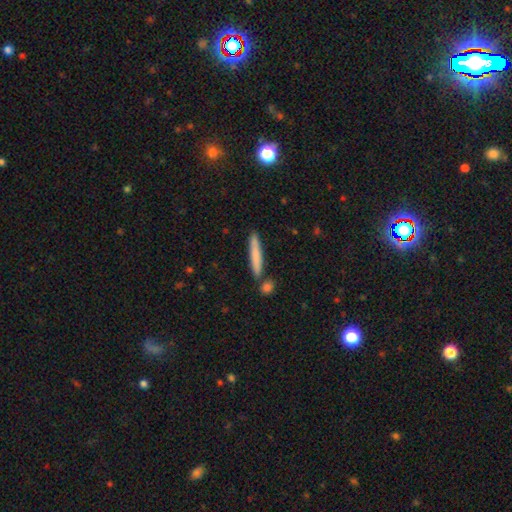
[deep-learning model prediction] smooth 76%, featured or disk 18%, star or artifact 6%. Down the decision tree: how rounded — cigar-shaped (95%); merging — none (83%).